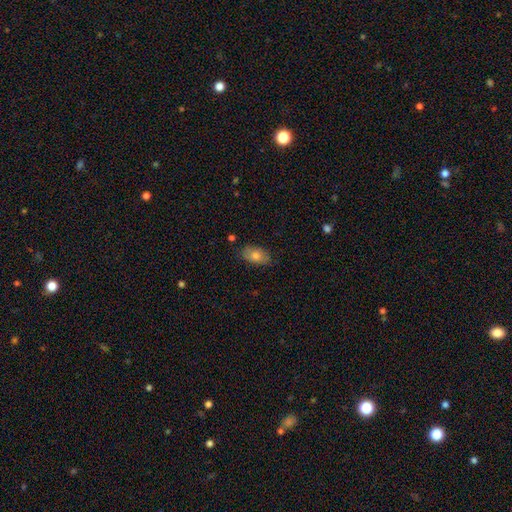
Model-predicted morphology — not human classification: A smooth galaxy with no disk features (75%) that is in between round and cigar-shaped (90%). Merging: none (80%).